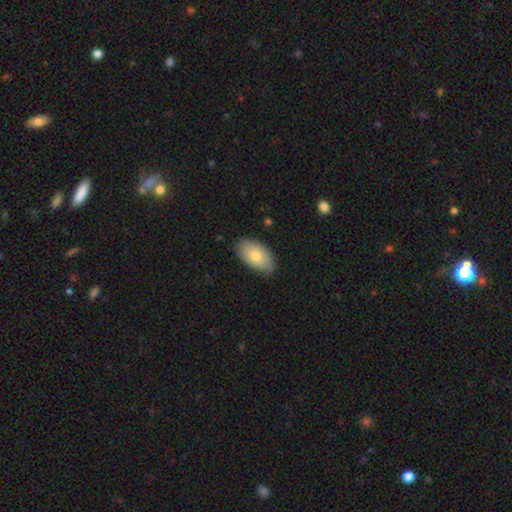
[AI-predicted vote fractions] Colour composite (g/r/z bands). It shows a smooth galaxy with no disk features (75%) that is in between round and cigar-shaped (93%). Merging: none (78%).